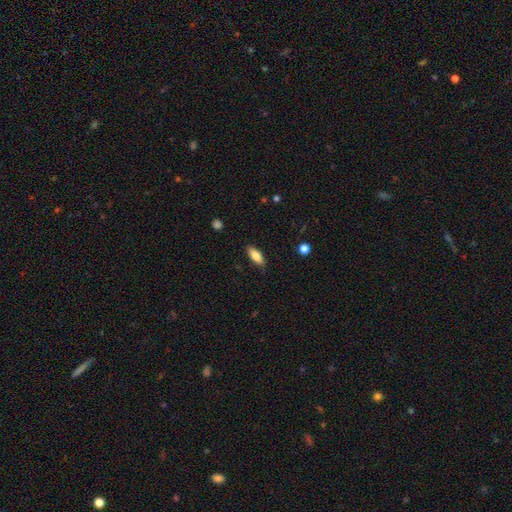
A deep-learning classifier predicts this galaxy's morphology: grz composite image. It shows a smooth galaxy with no disk features (79%) that is in between round and cigar-shaped (74%). Merging: none (84%).